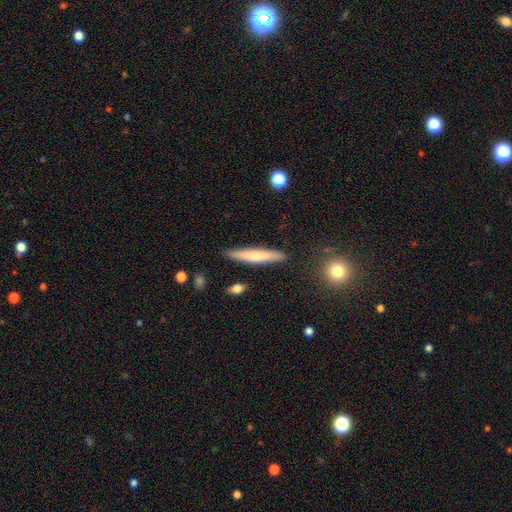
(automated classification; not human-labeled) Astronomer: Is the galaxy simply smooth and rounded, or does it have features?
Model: smooth — 64%.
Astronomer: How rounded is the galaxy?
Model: cigar-shaped — 92%.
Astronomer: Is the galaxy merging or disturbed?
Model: none — 87%.